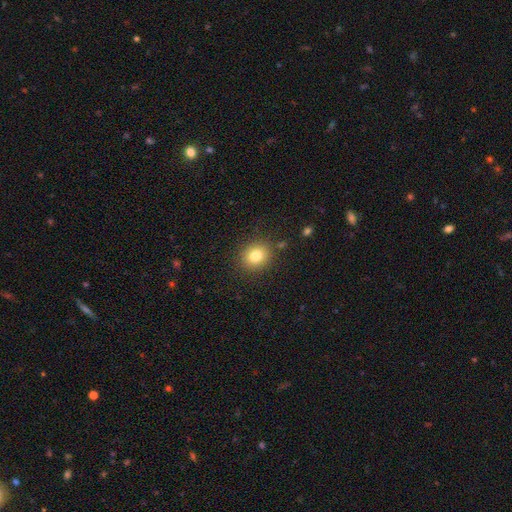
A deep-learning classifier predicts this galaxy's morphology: Smooth or featured? Predicted: smooth (p=0.81). How rounded? Predicted: round (p=0.74). Merging? Predicted: none (p=0.87).